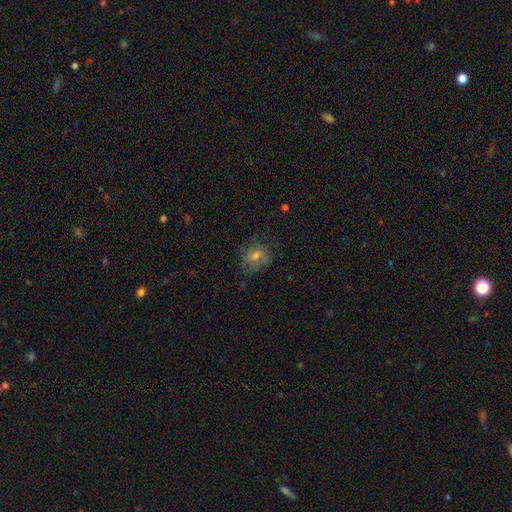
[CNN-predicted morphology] type=smooth (43%); merging=none (68%).